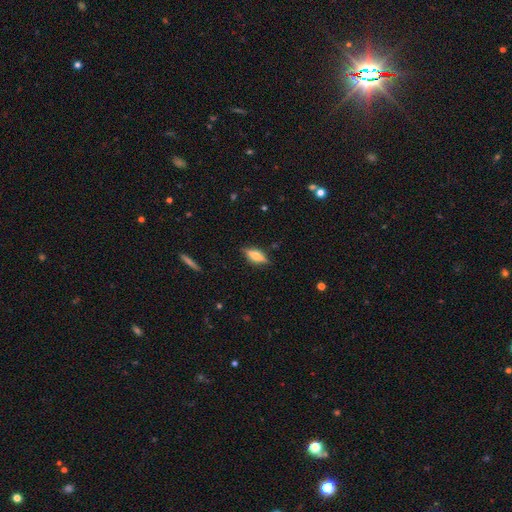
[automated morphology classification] Q: Smooth or featured?
A: featured or disk (47%); runner-up: smooth (45%)
Q: Merging?
A: none (83%); runner-up: minor disturbance (13%)